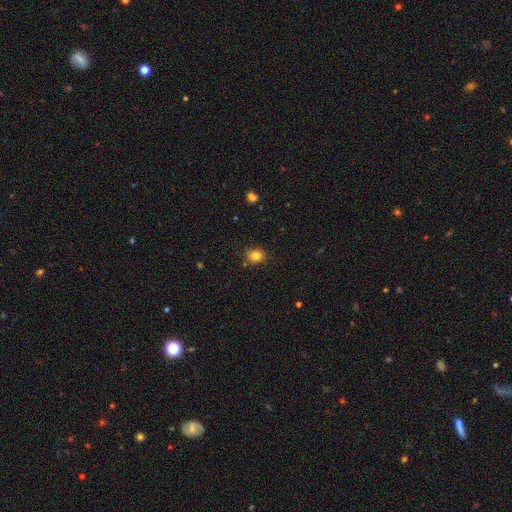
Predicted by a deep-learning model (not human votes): The model was most divided on "how rounded": round: 61%, in between: 38%, cigar-shaped: 1%. More confident: merging — none (85%); smooth or featured — smooth (83%).